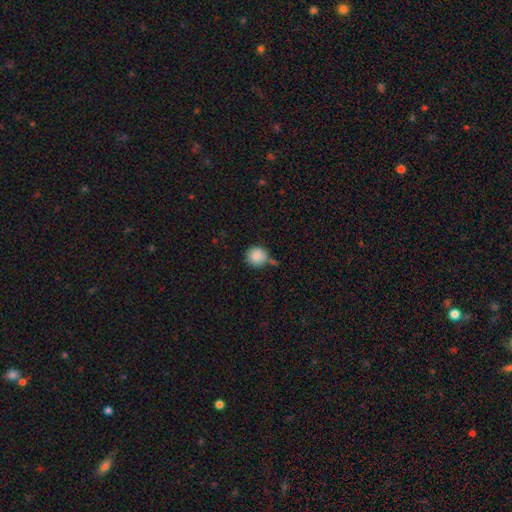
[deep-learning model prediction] A smooth galaxy with no disk features (86%) that is round (93%).

Vote fractions:
- Smooth or featured? smooth: 86% / star or artifact: 8% / featured or disk: 6%
- How rounded? round: 93% / in between: 6% / cigar-shaped: 1%
- Merging? none: 68% / minor disturbance: 18% / merger: 10% / major disturbance: 4%